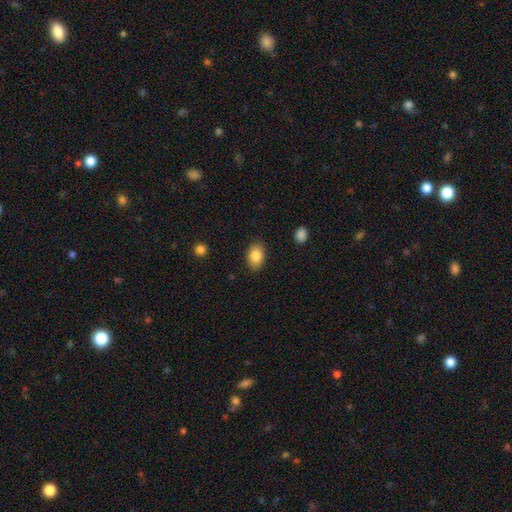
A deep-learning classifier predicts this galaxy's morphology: Overall: smooth (86%). How rounded: in between (84%). Merging: none (86%).